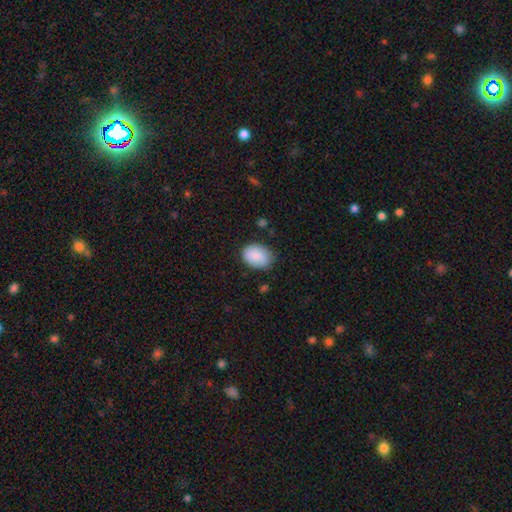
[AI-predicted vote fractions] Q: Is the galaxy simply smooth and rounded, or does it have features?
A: smooth — 87%.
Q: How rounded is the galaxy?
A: in between — 76%.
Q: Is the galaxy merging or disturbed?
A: none — 75%.